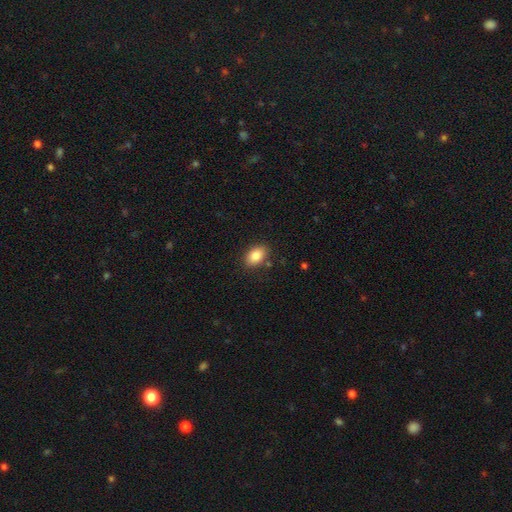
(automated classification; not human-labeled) Smooth or featured? smooth (85%)
How rounded? in between (86%)
Merging? none (85%)